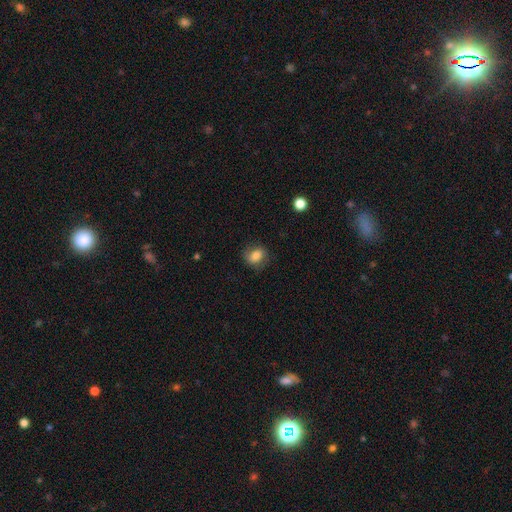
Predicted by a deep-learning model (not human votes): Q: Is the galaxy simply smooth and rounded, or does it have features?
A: smooth — 72%.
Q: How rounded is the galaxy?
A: in between — 52%.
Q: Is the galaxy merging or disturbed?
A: none — 74%.